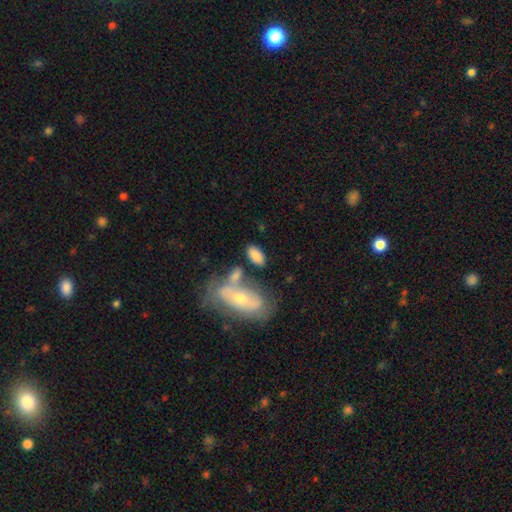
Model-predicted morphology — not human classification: This appears to be a smooth galaxy with no disk features (78%) that is in between round and cigar-shaped (91%). Merging: none (61%).